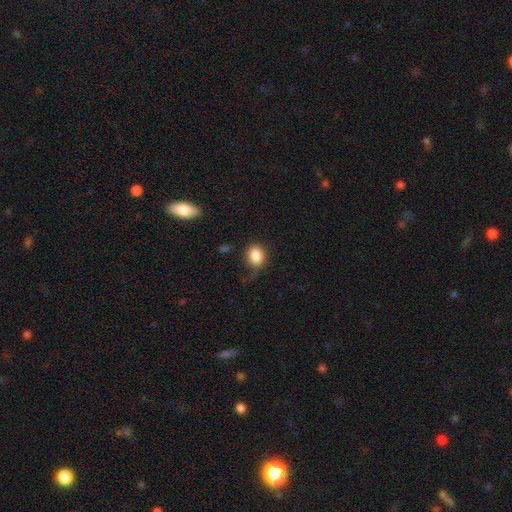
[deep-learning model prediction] Overall: smooth (86%). How rounded: in between (62%; round 36%). Merging: none (64%).